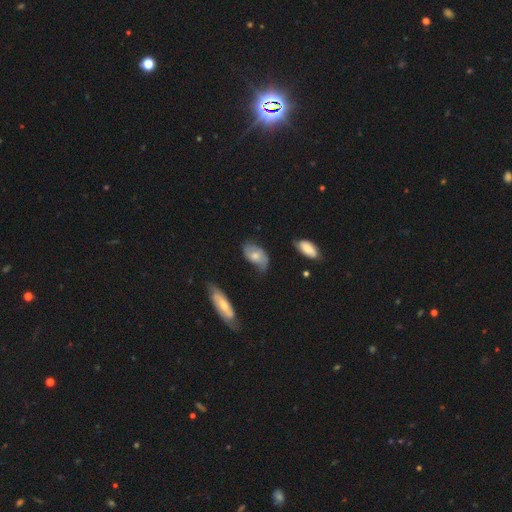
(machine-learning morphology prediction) A smooth galaxy with no disk features (48%). Merging: none (52%).